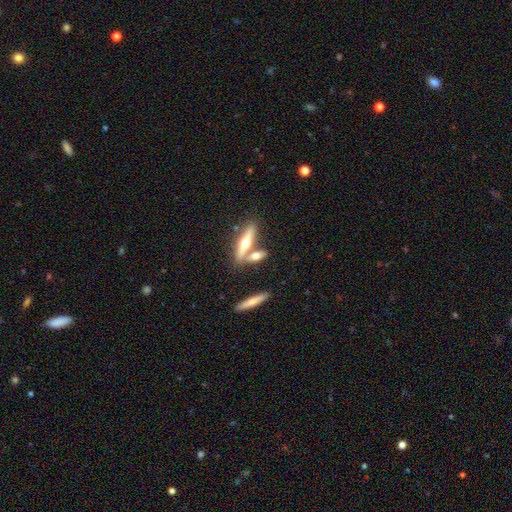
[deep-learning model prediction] A featured or disk galaxy (53%) viewed edge-on (90%). Merging: none (57%).